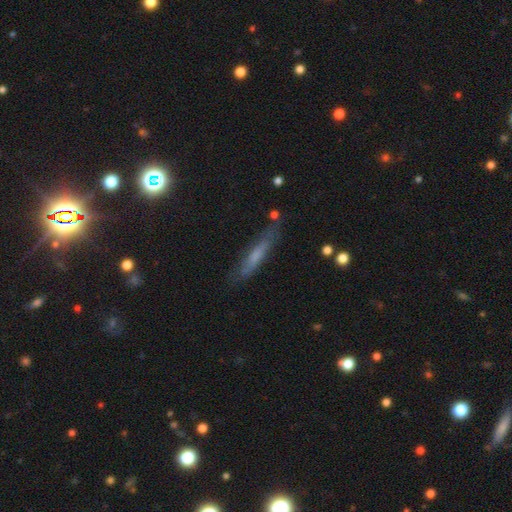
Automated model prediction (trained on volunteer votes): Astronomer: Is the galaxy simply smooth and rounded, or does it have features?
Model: smooth — 52% (runner-up: featured or disk, 38%).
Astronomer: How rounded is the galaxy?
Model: cigar-shaped — 87%.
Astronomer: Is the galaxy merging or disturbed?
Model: none — 77%.